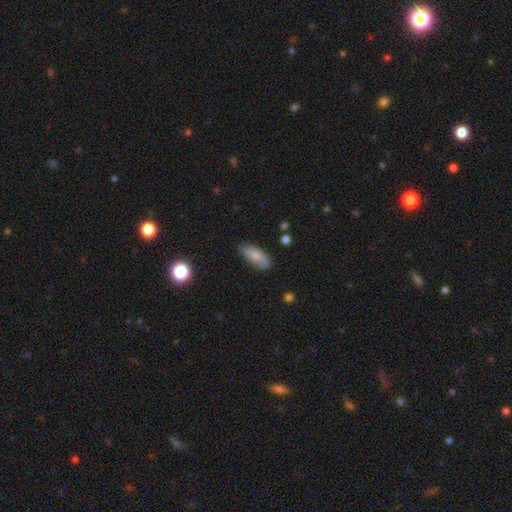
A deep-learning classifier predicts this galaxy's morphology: type=smooth (76%); roundness=in between (81%); merging=none (70%).